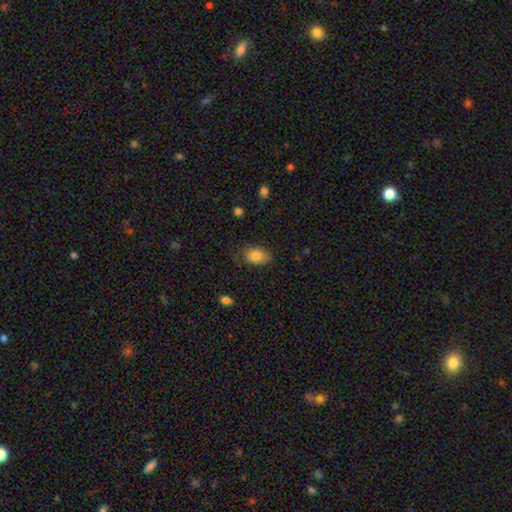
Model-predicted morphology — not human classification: type=smooth (81%); roundness=in between (84%); merging=none (66%).